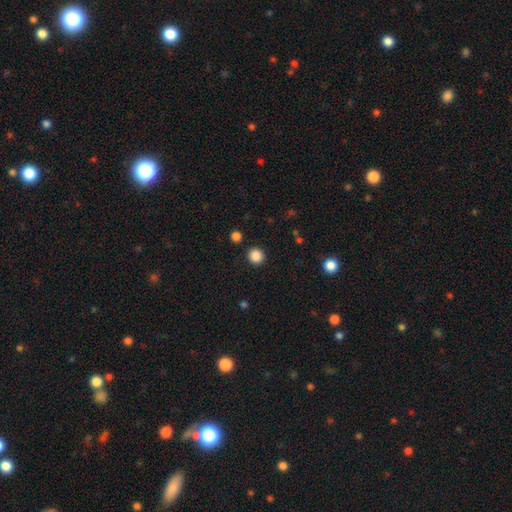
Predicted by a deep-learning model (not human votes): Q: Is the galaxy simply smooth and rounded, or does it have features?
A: smooth — 87%.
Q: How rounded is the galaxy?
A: round — 91%.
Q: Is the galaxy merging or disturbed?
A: none — 91%.